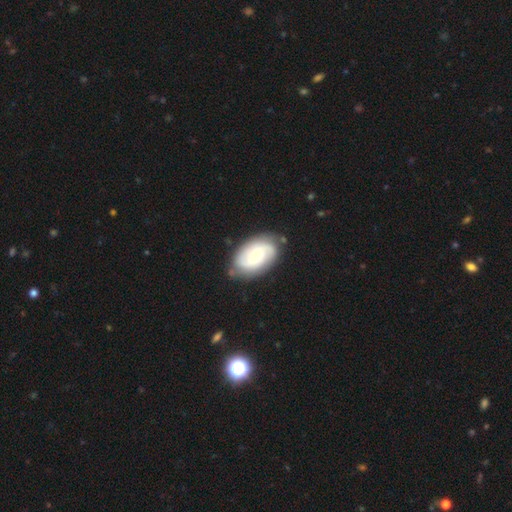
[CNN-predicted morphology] Q: Smooth or featured?
A: featured or disk (68%); runner-up: smooth (26%)
Q: Edge-on disk?
A: no (96%); runner-up: yes (4%)
Q: Bar?
A: no (55%); runner-up: weak (37%)
Q: Spiral arms?
A: yes (90%); runner-up: no (10%)
Q: Spiral winding?
A: medium (42%); runner-up: tight (31%)
Q: Spiral arm count?
A: 2 (75%); runner-up: can't tell (13%)
Q: Bulge size?
A: moderate (54%); runner-up: small (39%)
Q: Merging?
A: none (75%); runner-up: minor disturbance (17%)